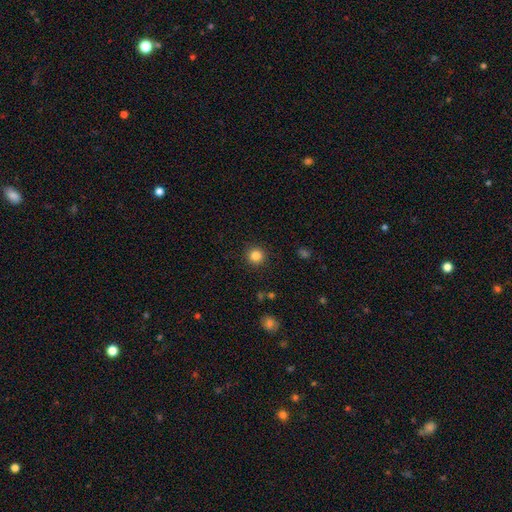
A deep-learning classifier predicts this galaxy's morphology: smooth-or-featured: smooth: 84% | star or artifact: 12% | featured or disk: 5%
  how-rounded: round: 95% | in between: 4% | cigar-shaped: 1%
  merging: none: 91% | minor disturbance: 5% | major disturbance: 2% | merger: 1%